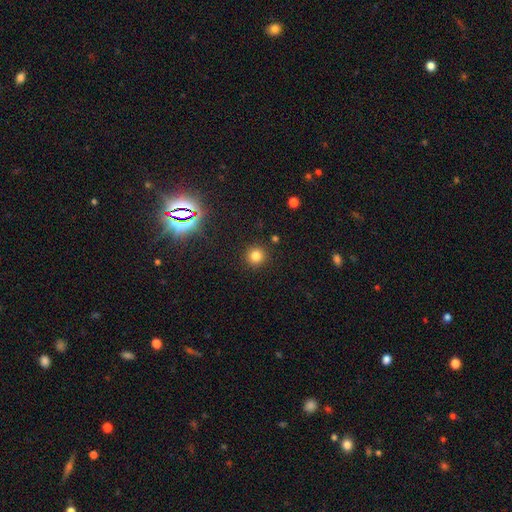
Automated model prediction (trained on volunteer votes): Overall: smooth (78%). How rounded: round (93%). Merging: none (90%).